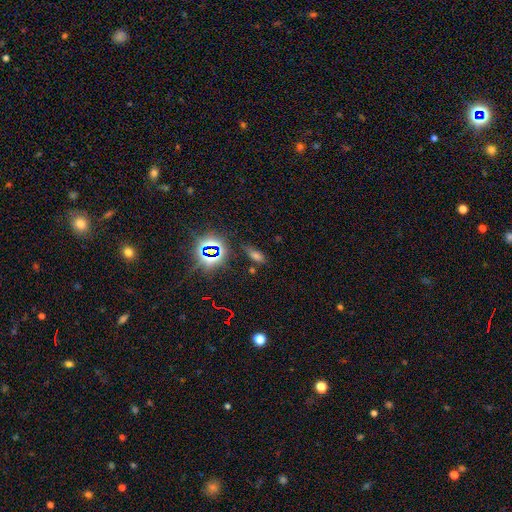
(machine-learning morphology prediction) Smooth or featured? smooth (46%)
Merging? none (78%)